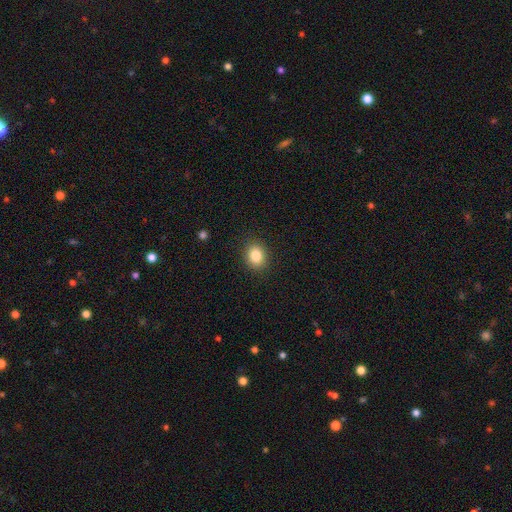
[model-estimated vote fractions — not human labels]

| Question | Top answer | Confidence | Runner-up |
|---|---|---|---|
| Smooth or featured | smooth | 84% | star or artifact (10%) |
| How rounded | round | 60% | in between (39%) |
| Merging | none | 89% | minor disturbance (8%) |